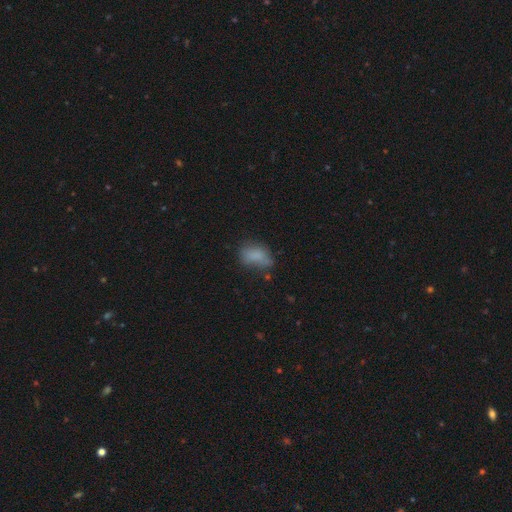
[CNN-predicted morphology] smooth_or_featured: smooth (p=0.75) [alt: featured or disk p=0.14]
how_rounded: in between (p=0.81) [alt: round p=0.16]
merging: none (p=0.45) [alt: minor disturbance p=0.31]